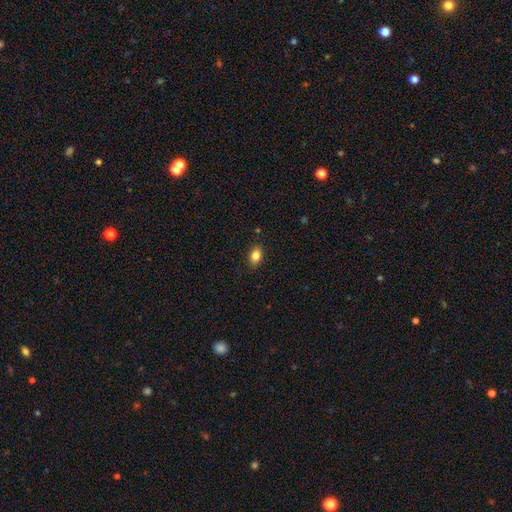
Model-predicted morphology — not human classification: Smooth or featured?
  - smooth: 84% *
  - star or artifact: 10%
  - featured or disk: 7%
How rounded?
  - in between: 76% *
  - round: 22%
  - cigar-shaped: 2%
Merging?
  - none: 87% *
  - minor disturbance: 10%
  - major disturbance: 2%
  - merger: 1%